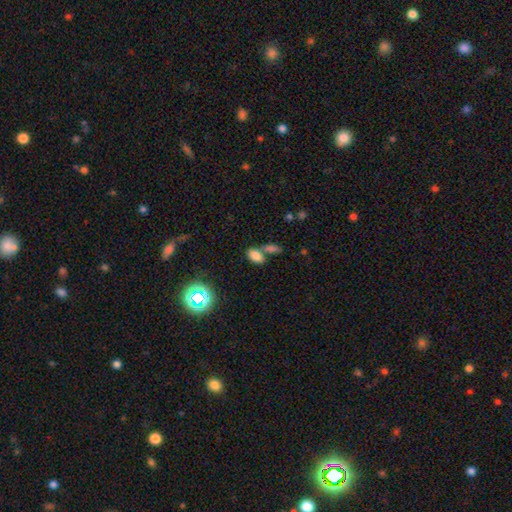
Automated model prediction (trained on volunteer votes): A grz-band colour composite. It shows a smooth galaxy with no disk features (76%) that is in between round and cigar-shaped (90%). Merging: none (48%).